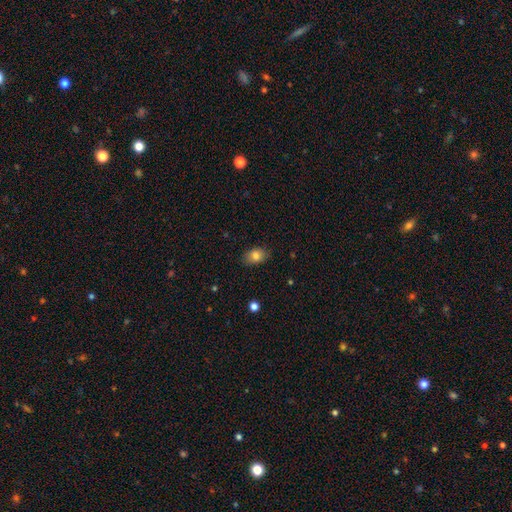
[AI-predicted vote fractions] This appears to be a smooth galaxy with no disk features (81%) that is in between round and cigar-shaped (82%). Merging: none (83%).